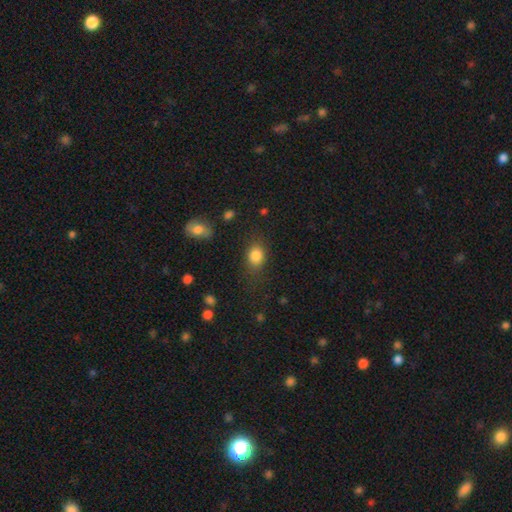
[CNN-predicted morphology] Smooth or featured? smooth (84%)
How rounded? in between (60%)
Merging? none (76%)